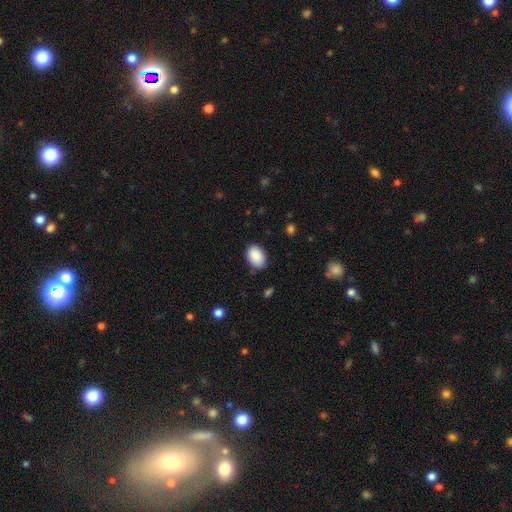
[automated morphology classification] Overall: smooth (89%). How rounded: in between (86%). Merging: none (84%).